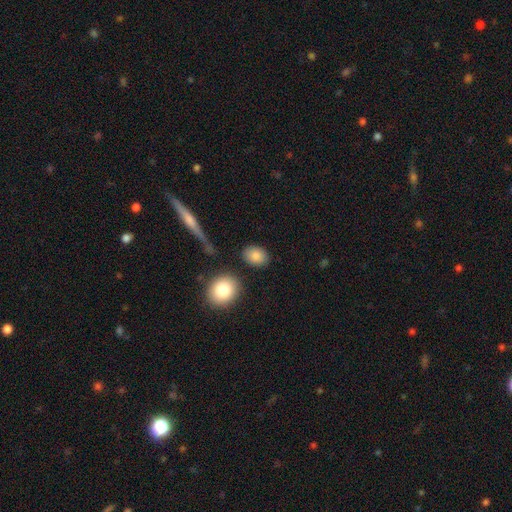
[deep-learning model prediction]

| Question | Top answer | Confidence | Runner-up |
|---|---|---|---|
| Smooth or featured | smooth | 86% | star or artifact (8%) |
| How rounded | in between | 70% | round (28%) |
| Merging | none | 84% | minor disturbance (9%) |